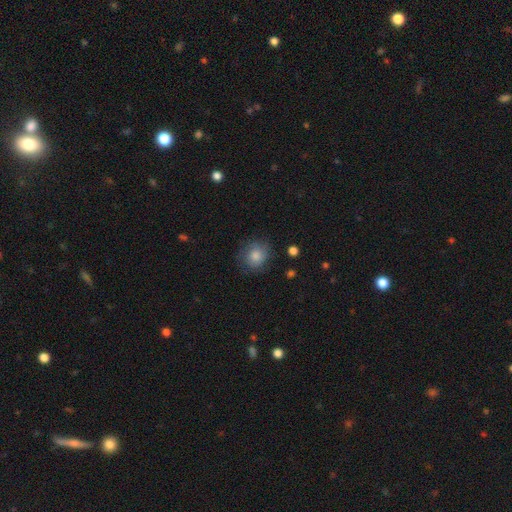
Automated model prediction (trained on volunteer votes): This appears to be a smooth galaxy with no disk features (79%) that is round (79%). Merging: none (80%).